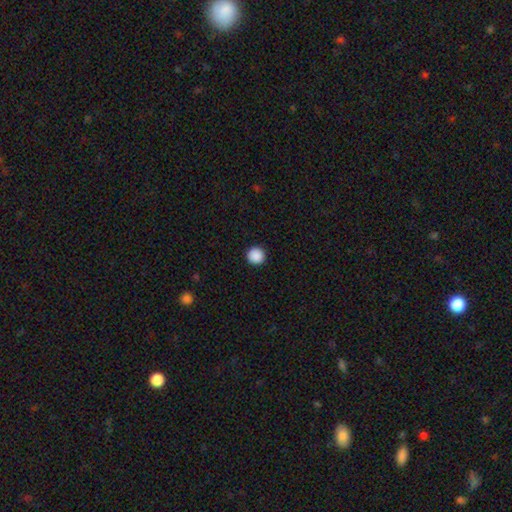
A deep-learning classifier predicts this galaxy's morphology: Smooth or featured?
  - smooth: 89% *
  - star or artifact: 9%
  - featured or disk: 2%
How rounded?
  - round: 96% *
  - in between: 3%
  - cigar-shaped: 1%
Merging?
  - none: 94% *
  - minor disturbance: 4%
  - major disturbance: 1%
  - merger: 1%